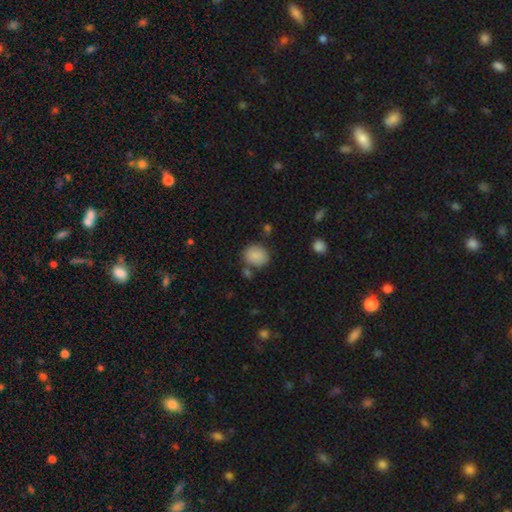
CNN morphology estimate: smooth 86%, star or artifact 8%, featured or disk 6%. Down the decision tree: how rounded — round (69%); merging — none (72%).